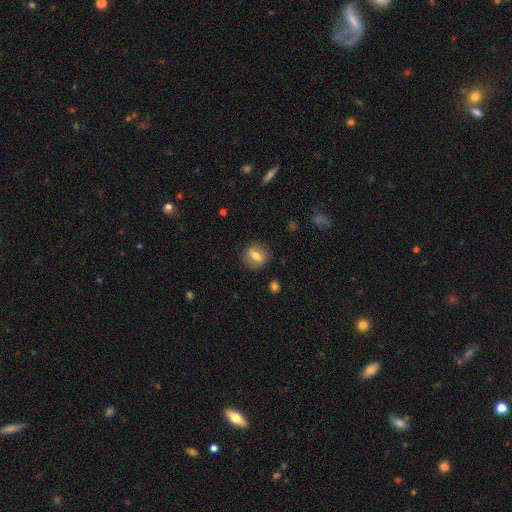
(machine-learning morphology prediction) Overall: smooth (57%; featured or disk 34%). How rounded: round (72%). Merging: none (86%).